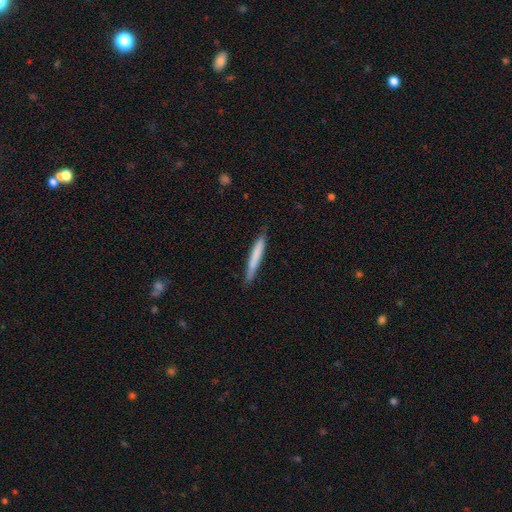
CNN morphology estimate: Overall: smooth (72%). How rounded: cigar-shaped (95%). Merging: none (83%).